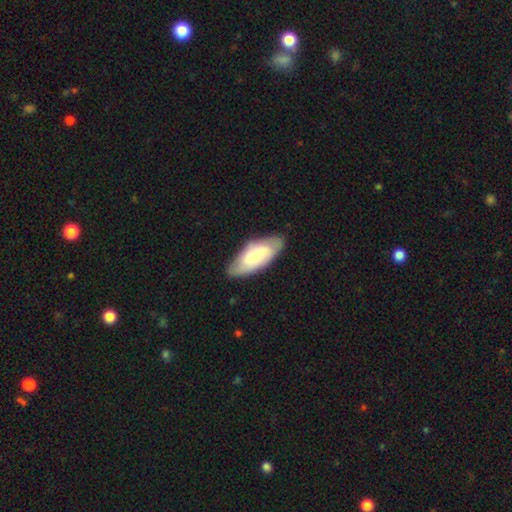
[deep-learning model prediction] This is likely a smooth galaxy (60%). How rounded: clearly in between (83%). Merging: likely none (73%).